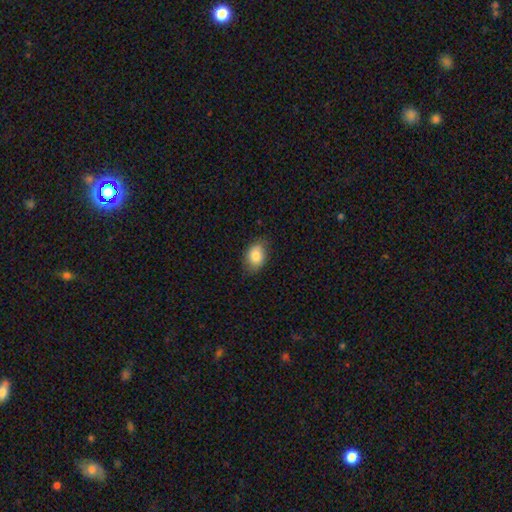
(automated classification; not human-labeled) smooth_or_featured: smooth (p=0.83) [alt: featured or disk p=0.09]
how_rounded: in between (p=0.77) [alt: round p=0.22]
merging: none (p=0.78) [alt: minor disturbance p=0.18]